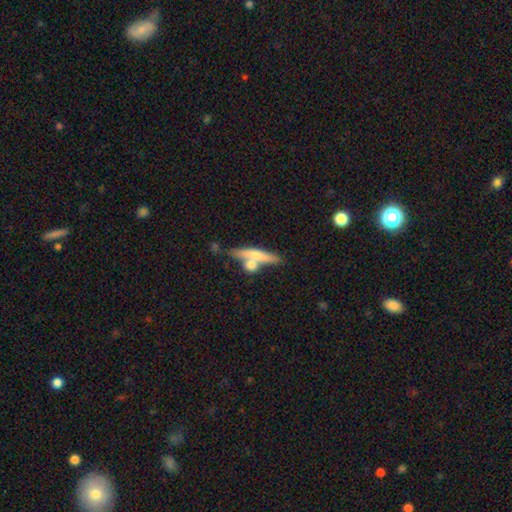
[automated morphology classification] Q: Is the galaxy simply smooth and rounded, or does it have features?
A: smooth — 54%.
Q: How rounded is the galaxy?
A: cigar-shaped — 78%.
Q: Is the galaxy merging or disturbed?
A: none — 52%.